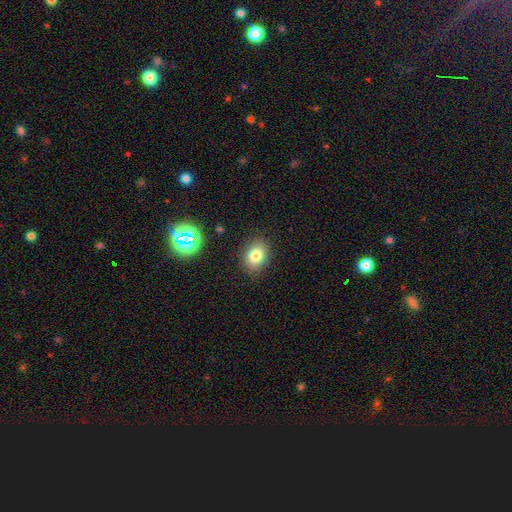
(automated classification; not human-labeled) smooth_or_featured: smooth (p=0.78) [alt: star or artifact p=0.12]
how_rounded: in between (p=0.67) [alt: round p=0.32]
merging: none (p=0.86) [alt: minor disturbance p=0.10]